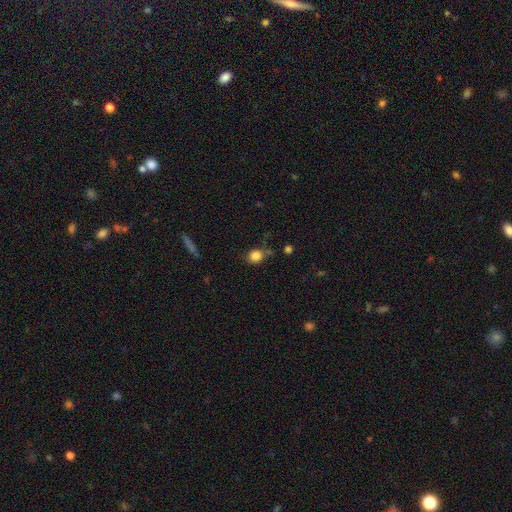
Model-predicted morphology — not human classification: Smooth or featured: smooth — 84% (star or artifact — 11%)
How rounded: round — 78% (in between — 21%)
Merging: none — 69% (minor disturbance — 18%)